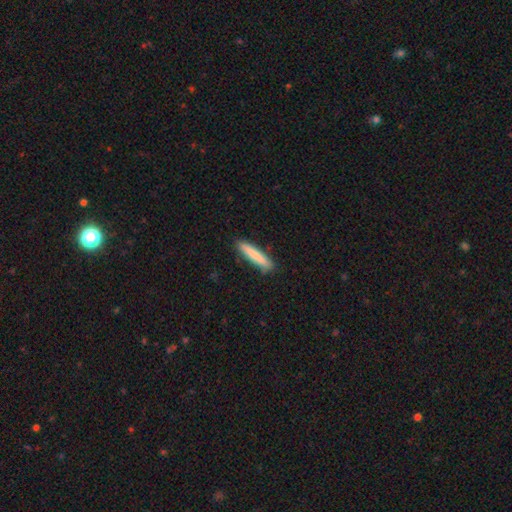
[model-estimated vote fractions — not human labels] Q: Smooth or featured?
A: smooth (80%); runner-up: featured or disk (14%)
Q: How rounded?
A: cigar-shaped (91%); runner-up: in between (8%)
Q: Merging?
A: none (87%); runner-up: minor disturbance (10%)